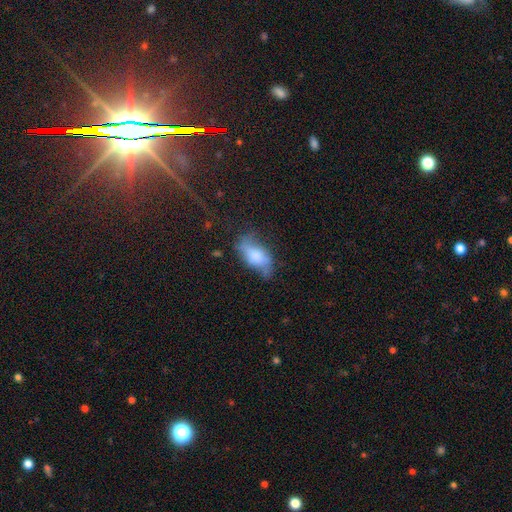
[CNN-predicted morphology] This appears to be a smooth galaxy with no disk features (60%) that is in between round and cigar-shaped (84%). Merging: none (47%).